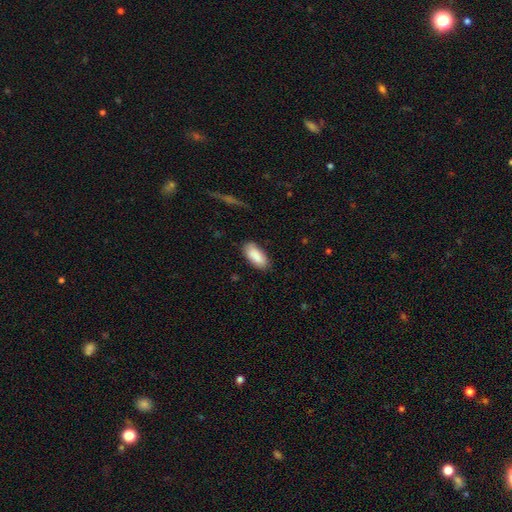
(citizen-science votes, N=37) Smooth or featured?
  - smooth: 97% *
  - featured or disk: 3%
  - star or artifact: 0%
How rounded?
  - in between: 92% *
  - cigar-shaped: 6%
  - round: 3%
Merging?
  - none: 65% *
  - minor disturbance: 30%
  - major disturbance: 3%
  - merger: 3%